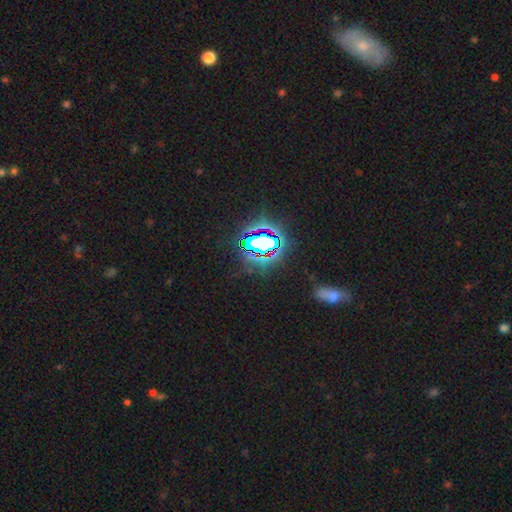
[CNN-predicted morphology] Q: Smooth or featured?
A: star or artifact (69%); runner-up: smooth (18%)